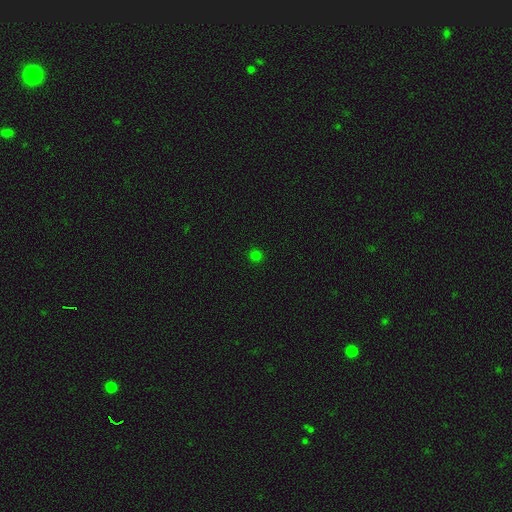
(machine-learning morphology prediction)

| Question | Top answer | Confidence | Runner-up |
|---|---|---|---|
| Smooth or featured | smooth | 76% | star or artifact (21%) |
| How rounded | round | 93% | in between (6%) |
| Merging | none | 92% | minor disturbance (5%) |